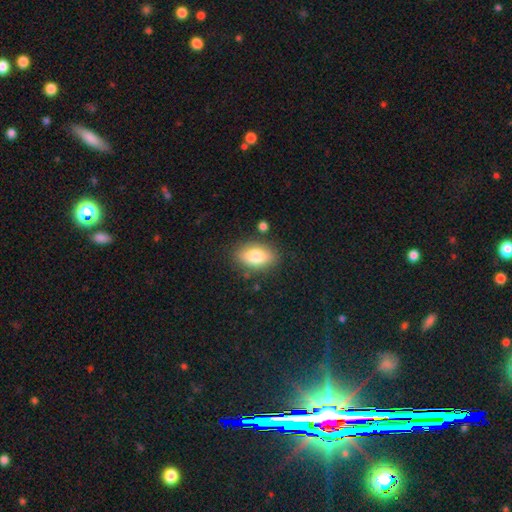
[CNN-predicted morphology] smooth-or-featured: smooth: 79% | featured or disk: 14% | star or artifact: 7%
  how-rounded: in between: 87% | round: 9% | cigar-shaped: 4%
  merging: none: 82% | minor disturbance: 12% | major disturbance: 3% | merger: 3%